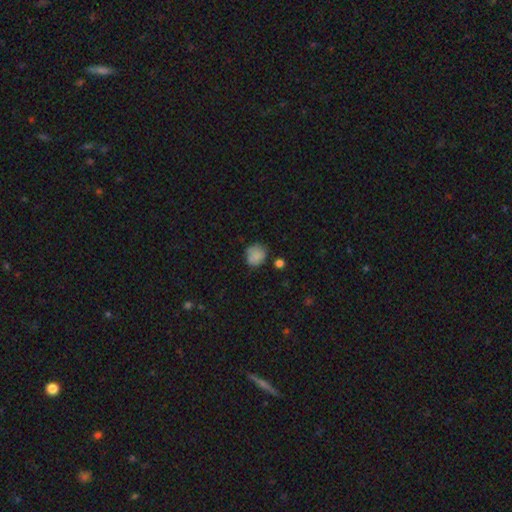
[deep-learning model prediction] A smooth galaxy with no disk features (82%) that is round (76%). Merging: none (66%).